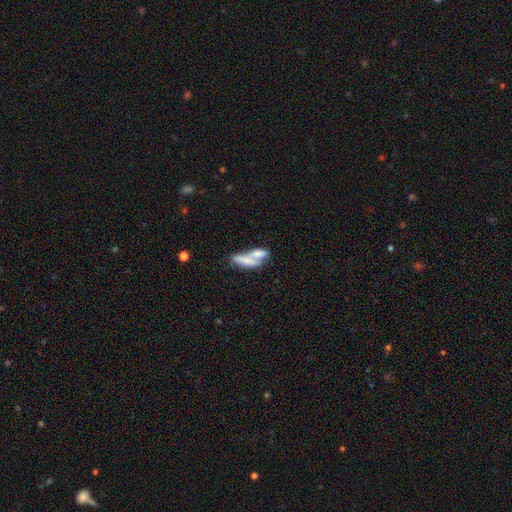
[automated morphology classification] smooth_or_featured: smooth (p=0.64) [alt: featured or disk p=0.28]
how_rounded: in between (p=0.51) [alt: cigar-shaped p=0.45]
merging: merger (p=0.62) [alt: none p=0.23]